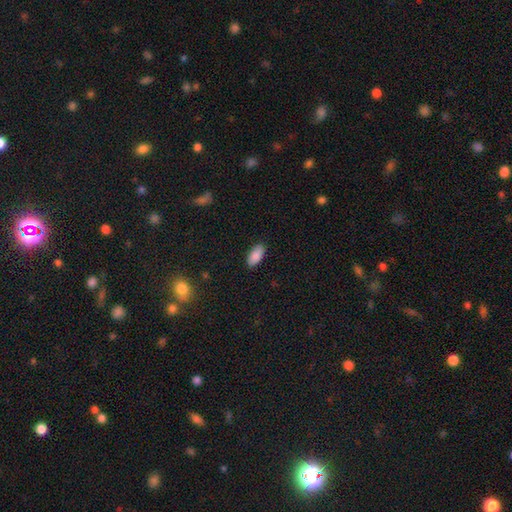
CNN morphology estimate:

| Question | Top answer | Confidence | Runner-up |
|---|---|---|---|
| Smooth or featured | smooth | 87% | star or artifact (7%) |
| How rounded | in between | 91% | cigar-shaped (7%) |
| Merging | none | 88% | minor disturbance (9%) |